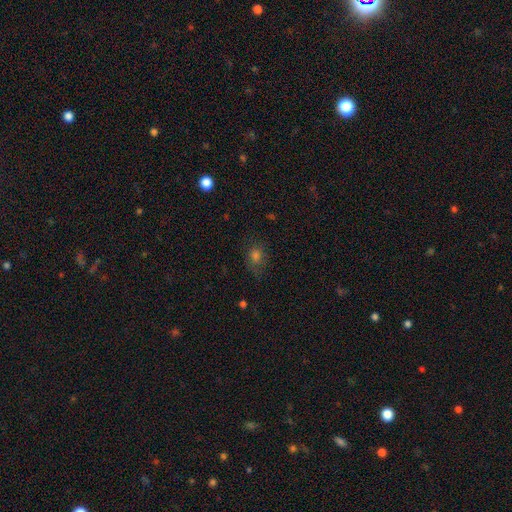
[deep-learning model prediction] The model was most divided on "how rounded": round: 55%, in between: 44%, cigar-shaped: 2%. More confident: smooth or featured — smooth (68%); merging — none (68%).